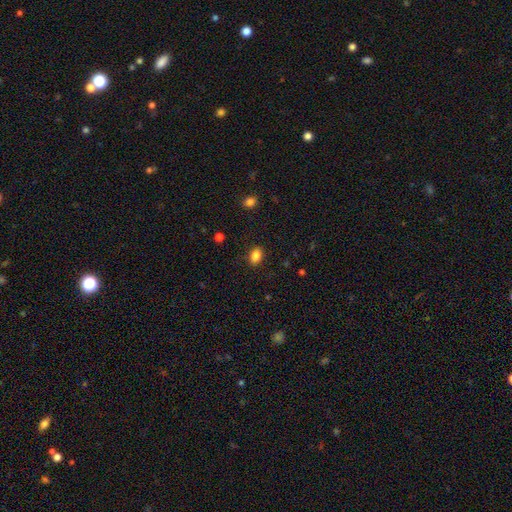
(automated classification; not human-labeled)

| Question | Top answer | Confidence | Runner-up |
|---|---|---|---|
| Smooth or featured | smooth | 86% | star or artifact (10%) |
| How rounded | in between | 84% | round (15%) |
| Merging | none | 86% | minor disturbance (10%) |